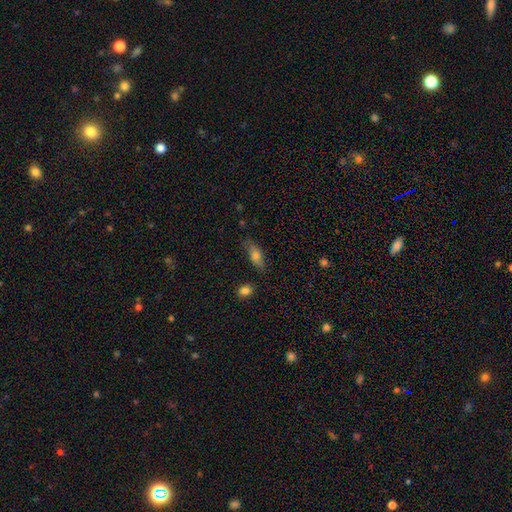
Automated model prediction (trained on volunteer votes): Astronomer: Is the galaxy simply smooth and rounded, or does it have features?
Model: smooth — 71%.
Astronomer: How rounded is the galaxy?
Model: in between — 73%.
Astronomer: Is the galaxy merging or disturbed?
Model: none — 68%.